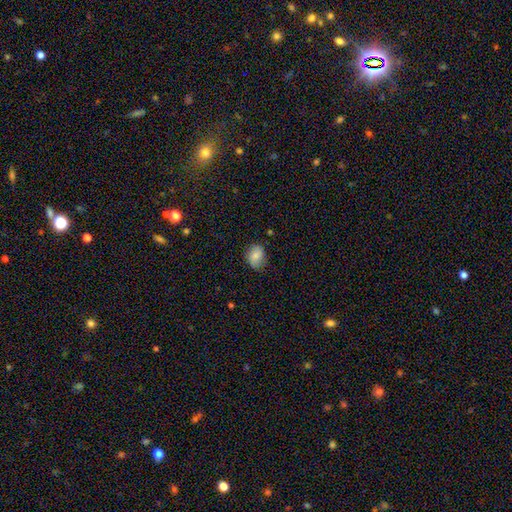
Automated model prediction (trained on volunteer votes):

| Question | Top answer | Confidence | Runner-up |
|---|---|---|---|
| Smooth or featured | smooth | 80% | featured or disk (12%) |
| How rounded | in between | 63% | round (36%) |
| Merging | none | 72% | minor disturbance (22%) |